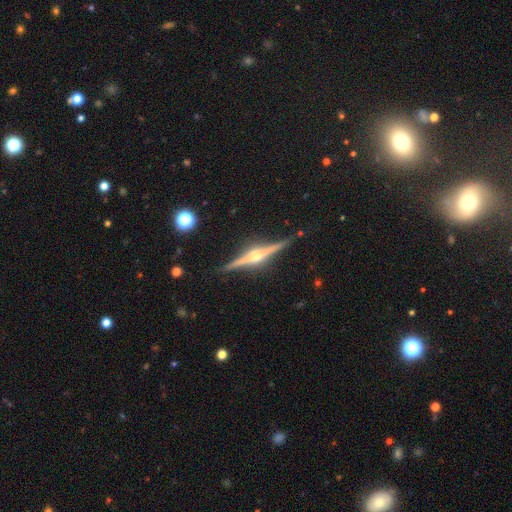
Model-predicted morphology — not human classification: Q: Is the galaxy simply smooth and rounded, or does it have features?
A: featured or disk — 88%.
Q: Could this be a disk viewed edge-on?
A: yes — 99%.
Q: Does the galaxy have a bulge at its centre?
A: rounded — 96%.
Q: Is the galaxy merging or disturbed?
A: none — 90%.